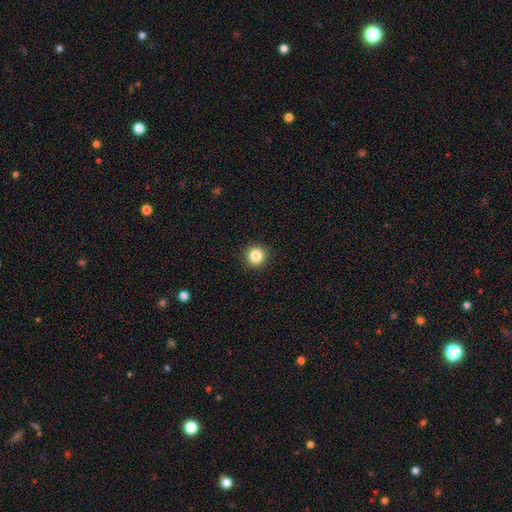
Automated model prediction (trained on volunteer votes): Q: Smooth or featured?
A: smooth (84%); runner-up: star or artifact (11%)
Q: How rounded?
A: round (94%); runner-up: in between (6%)
Q: Merging?
A: none (93%); runner-up: minor disturbance (5%)